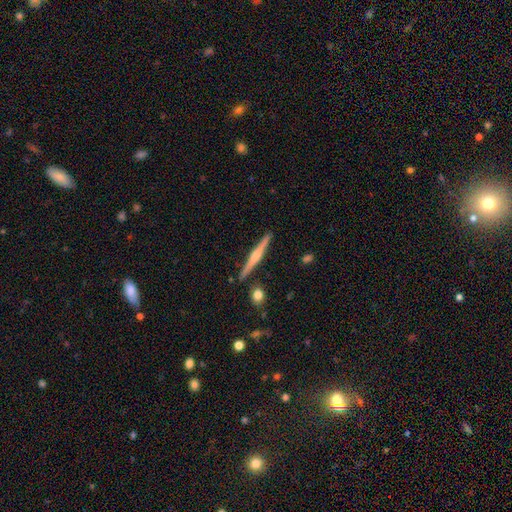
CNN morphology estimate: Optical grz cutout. It shows a featured or disk galaxy (69%) viewed edge-on (98%) with a rounded central bulge (76%). Merging: none (89%).